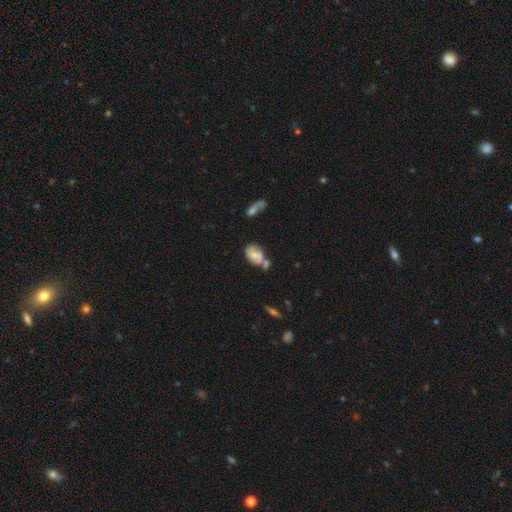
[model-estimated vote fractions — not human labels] A smooth galaxy with no disk features (51%) that is in between round and cigar-shaped (85%). Merging: none (38%).